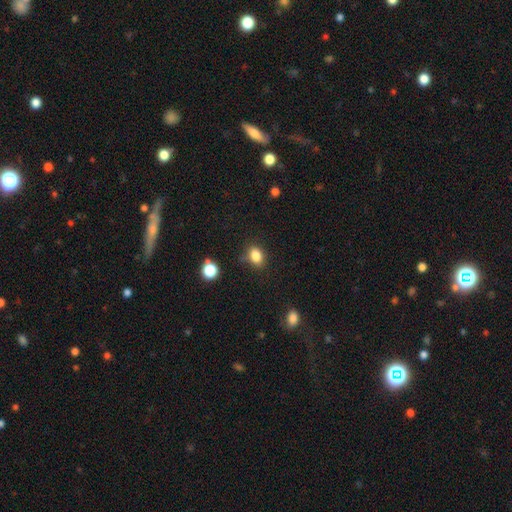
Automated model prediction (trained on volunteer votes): A smooth galaxy with no disk features (84%) that is in between round and cigar-shaped (64%). Merging: none (73%).